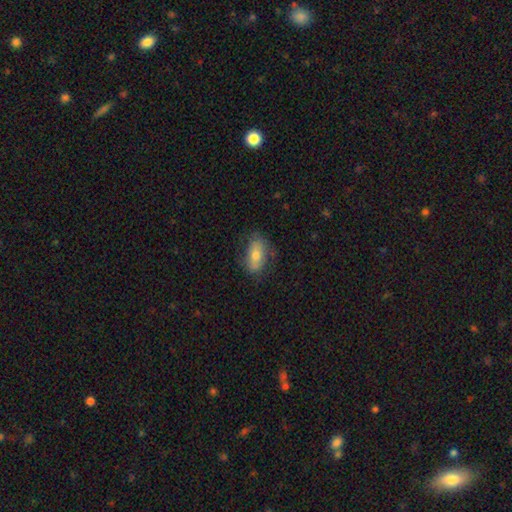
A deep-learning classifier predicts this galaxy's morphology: The model was most divided on "smooth or featured": smooth: 65%, featured or disk: 28%, star or artifact: 7%. More confident: how rounded — in between (88%); merging — none (73%).